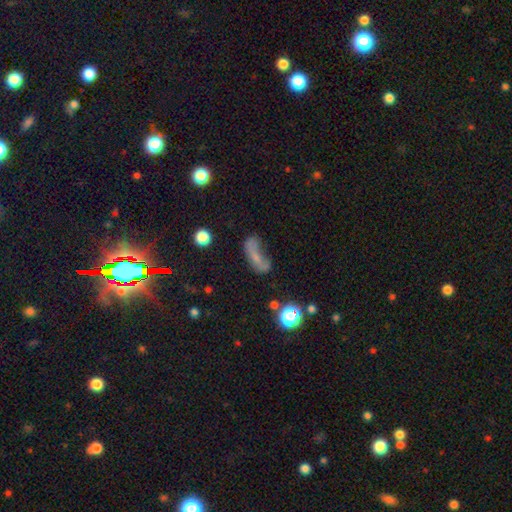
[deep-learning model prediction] Smooth or featured? Predicted: smooth (p=0.52). How rounded? Predicted: in between (p=0.62). Merging? Predicted: major disturbance (p=0.30).